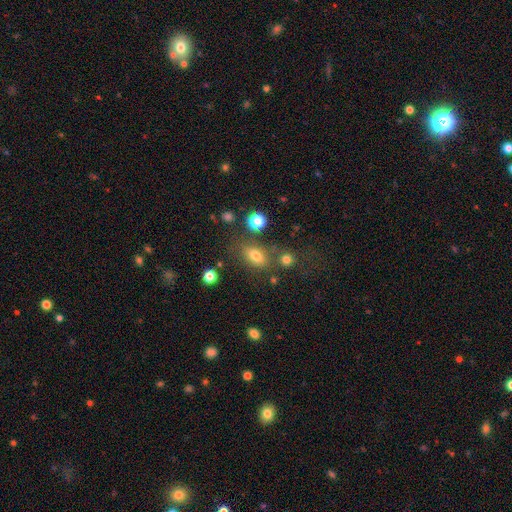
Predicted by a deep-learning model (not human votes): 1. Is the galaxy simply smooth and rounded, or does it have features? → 75% smooth, 14% star or artifact, 11% featured or disk.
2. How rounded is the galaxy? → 81% in between, 16% round, 4% cigar-shaped.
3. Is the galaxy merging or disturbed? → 68% none, 14% minor disturbance, 11% merger, 6% major disturbance.